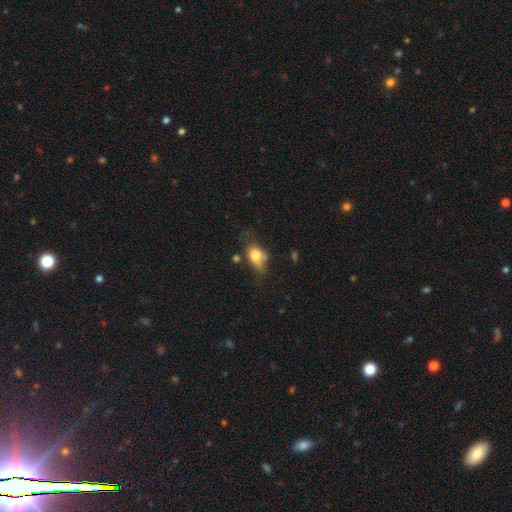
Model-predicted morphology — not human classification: This appears to be a smooth galaxy with no disk features (73%) that is in between round and cigar-shaped (76%). Merging: none (35%).